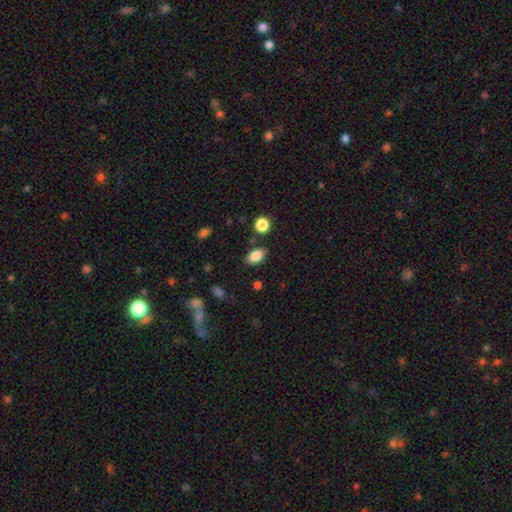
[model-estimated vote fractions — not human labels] Smooth or featured: smooth — 85% (star or artifact — 9%)
How rounded: in between — 89% (round — 9%)
Merging: none — 82% (minor disturbance — 11%)